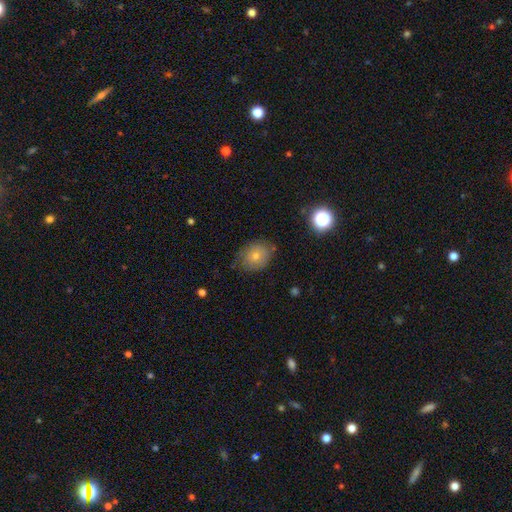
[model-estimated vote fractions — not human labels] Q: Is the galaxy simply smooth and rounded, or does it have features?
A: smooth — 64%.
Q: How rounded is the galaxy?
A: round — 63%.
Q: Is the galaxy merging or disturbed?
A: none — 73%.